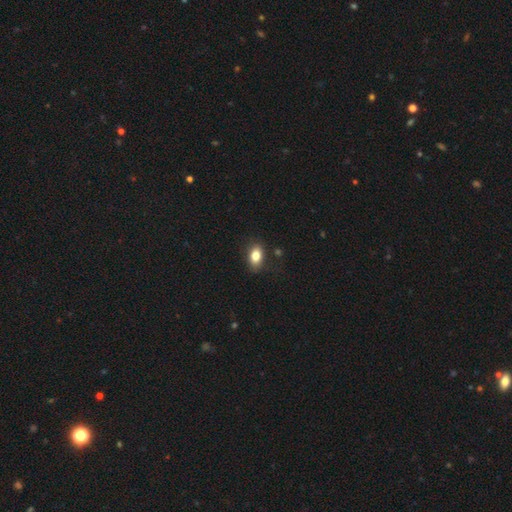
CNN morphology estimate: smooth_or_featured: smooth (p=0.82) [alt: featured or disk p=0.09]
how_rounded: in between (p=0.82) [alt: round p=0.16]
merging: none (p=0.83) [alt: minor disturbance p=0.13]